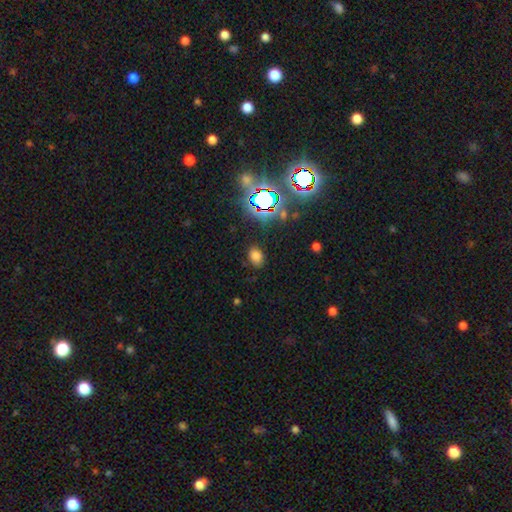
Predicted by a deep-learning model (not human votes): The model was most divided on "how rounded": in between: 72%, round: 27%, cigar-shaped: 1%. More confident: merging — none (80%); smooth or featured — smooth (70%).